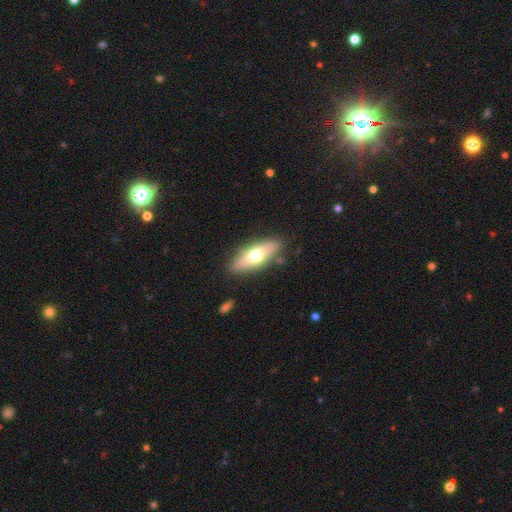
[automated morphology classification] smooth 59%, featured or disk 35%, star or artifact 6%. Down the decision tree: how rounded — in between (63%); merging — none (84%).